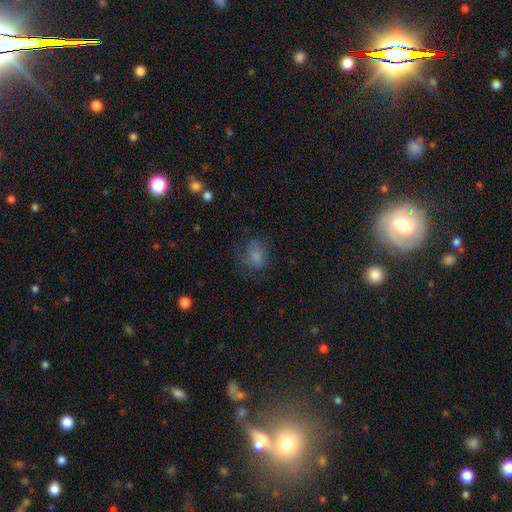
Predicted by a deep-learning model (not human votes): This appears to be a smooth galaxy with no disk features (73%) that is in between round and cigar-shaped (65%). Merging: none (57%).